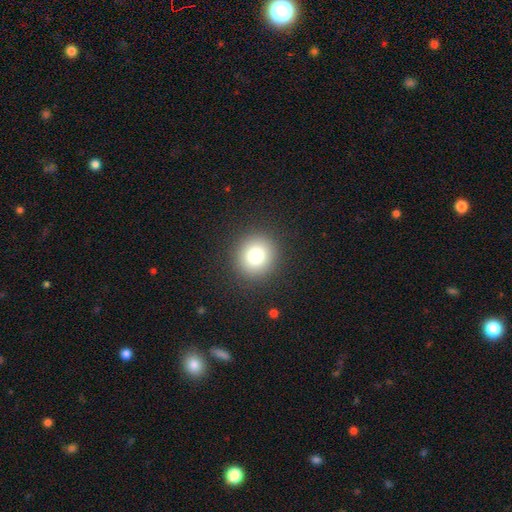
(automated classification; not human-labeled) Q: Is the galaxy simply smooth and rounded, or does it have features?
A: smooth — 79%.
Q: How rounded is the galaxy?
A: round — 90%.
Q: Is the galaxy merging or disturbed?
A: none — 91%.